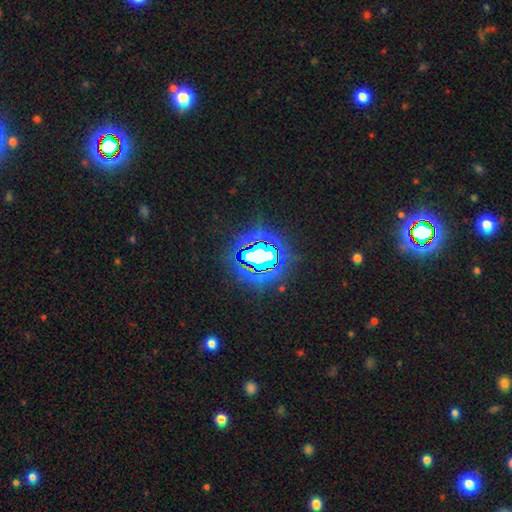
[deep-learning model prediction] smooth-or-featured: star or artifact: 74% | featured or disk: 13% | smooth: 13%